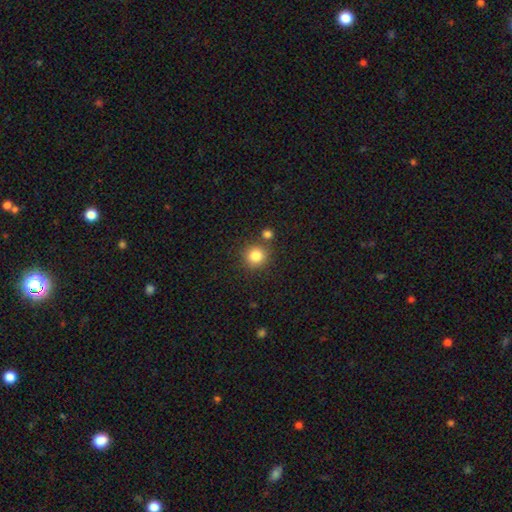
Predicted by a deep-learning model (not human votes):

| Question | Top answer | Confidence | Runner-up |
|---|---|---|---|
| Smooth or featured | smooth | 83% | star or artifact (11%) |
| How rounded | round | 90% | in between (9%) |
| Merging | none | 77% | merger (11%) |